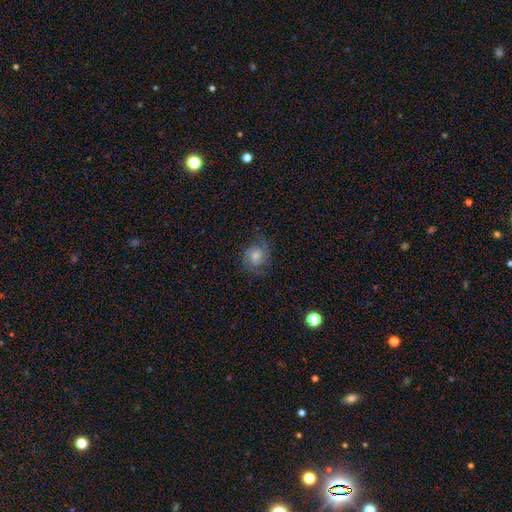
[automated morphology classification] Smooth or featured? Predicted: featured or disk (p=0.60). Edge-on disk? Predicted: no (p=0.97). Bar? Predicted: no (p=0.65). Spiral arms? Predicted: yes (p=0.92). Spiral winding? Predicted: medium (p=0.45). Spiral arm count? Predicted: 2 (p=0.59). Bulge size? Predicted: moderate (p=0.50). Merging? Predicted: none (p=0.73).